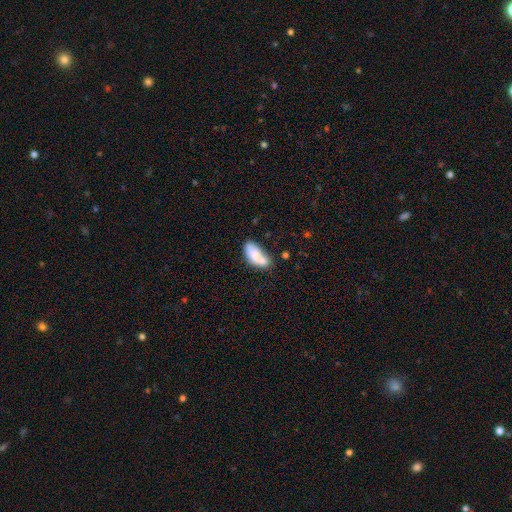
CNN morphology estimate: smooth-or-featured: smooth: 75% | featured or disk: 17% | star or artifact: 7%
  how-rounded: in between: 88% | cigar-shaped: 9% | round: 3%
  merging: merger: 38% | none: 35% | minor disturbance: 19% | major disturbance: 8%